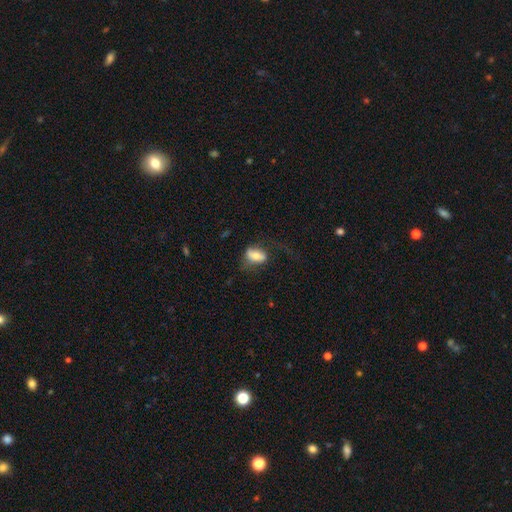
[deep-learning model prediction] Morphology: type=smooth (62%); roundness=in between (84%); merging=none (41%).